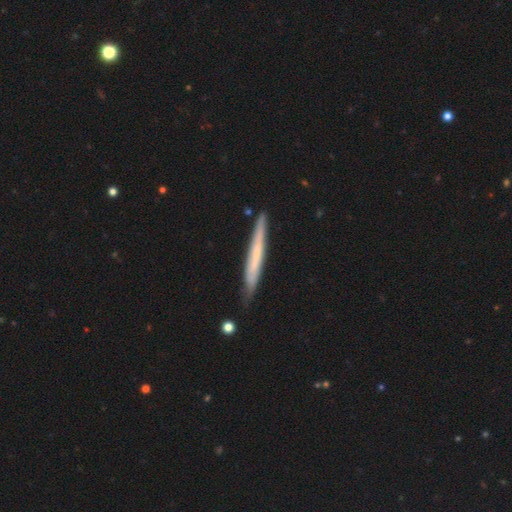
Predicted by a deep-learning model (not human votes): Smooth or featured?
  - smooth: 48% *
  - featured or disk: 46%
  - star or artifact: 6%
Merging?
  - none: 85% *
  - minor disturbance: 12%
  - merger: 2%
  - major disturbance: 2%